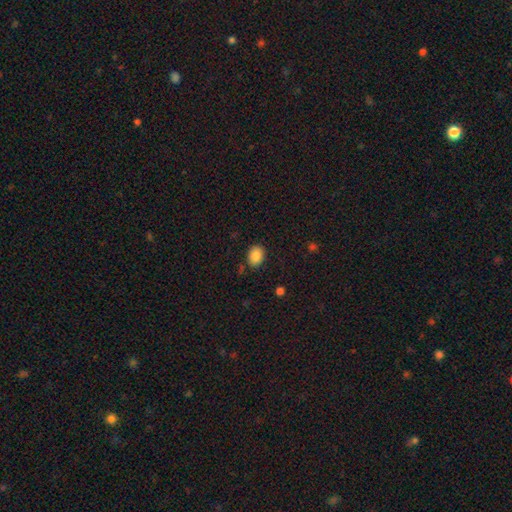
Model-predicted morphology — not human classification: A smooth galaxy with no disk features (88%) that is in between round and cigar-shaped (67%).

Vote fractions:
- Smooth or featured? smooth: 88% / star or artifact: 8% / featured or disk: 4%
- How rounded? in between: 67% / round: 32% / cigar-shaped: 1%
- Merging? none: 83% / minor disturbance: 12% / major disturbance: 3% / merger: 2%